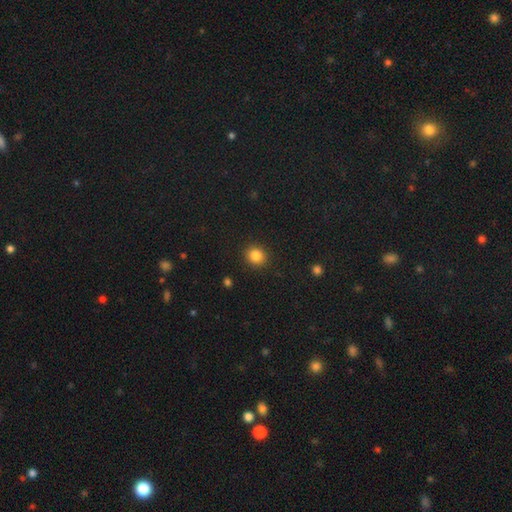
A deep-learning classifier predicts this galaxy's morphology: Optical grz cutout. It shows a smooth galaxy with no disk features (85%) that is round (86%). Merging: none (91%).